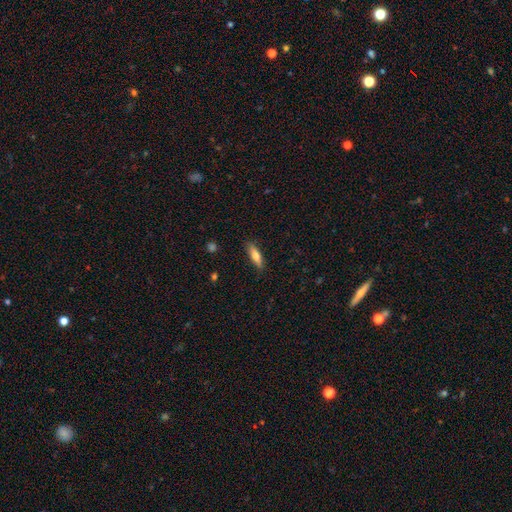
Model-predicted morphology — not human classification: A smooth galaxy with no disk features (67%) that is cigar-shaped (59%).

Vote fractions:
- Smooth or featured? smooth: 67% / featured or disk: 26% / star or artifact: 6%
- How rounded? cigar-shaped: 59% / in between: 38% / round: 2%
- Merging? none: 87% / minor disturbance: 10% / major disturbance: 2% / merger: 1%